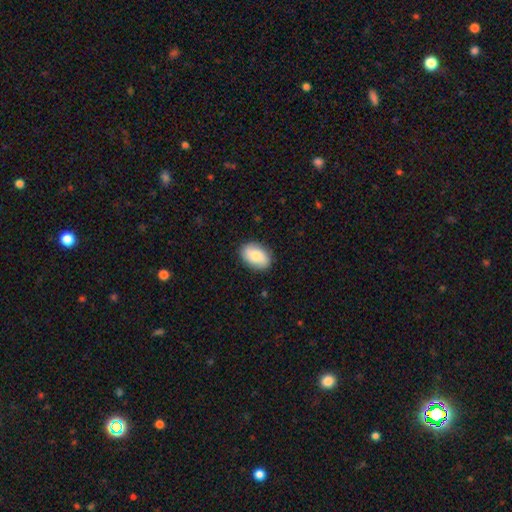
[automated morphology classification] The model was most divided on "smooth or featured": smooth: 76%, featured or disk: 18%, star or artifact: 7%. More confident: how rounded — in between (88%); merging — none (86%).